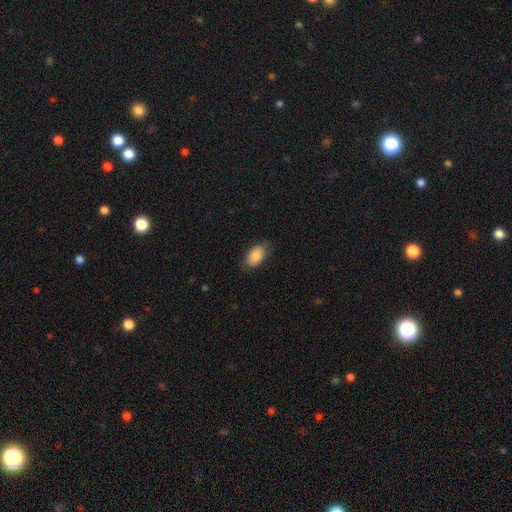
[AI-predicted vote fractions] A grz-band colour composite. It shows a smooth galaxy with no disk features (85%) that is in between round and cigar-shaped (93%). Merging: none (80%).